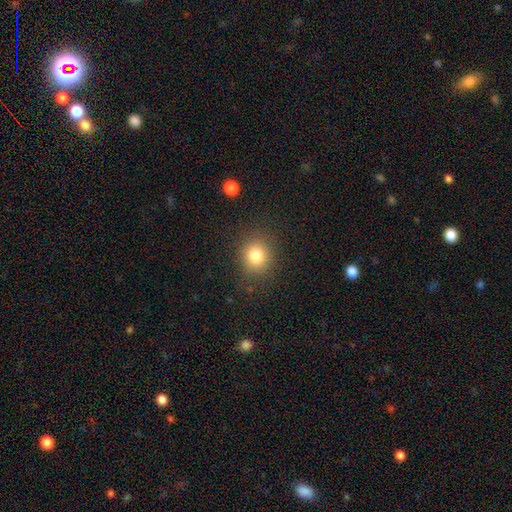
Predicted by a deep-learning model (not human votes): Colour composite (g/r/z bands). It shows a smooth galaxy with no disk features (81%) that is round (81%). Merging: none (85%).